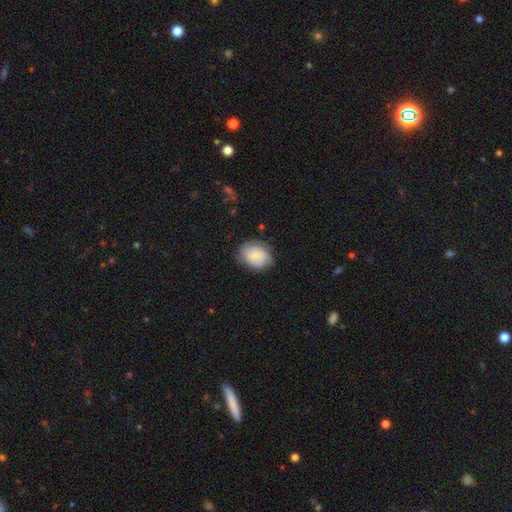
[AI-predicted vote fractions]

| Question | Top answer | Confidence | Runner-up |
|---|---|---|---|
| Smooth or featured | smooth | 65% | featured or disk (27%) |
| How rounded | in between | 57% | round (42%) |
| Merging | none | 73% | minor disturbance (20%) |